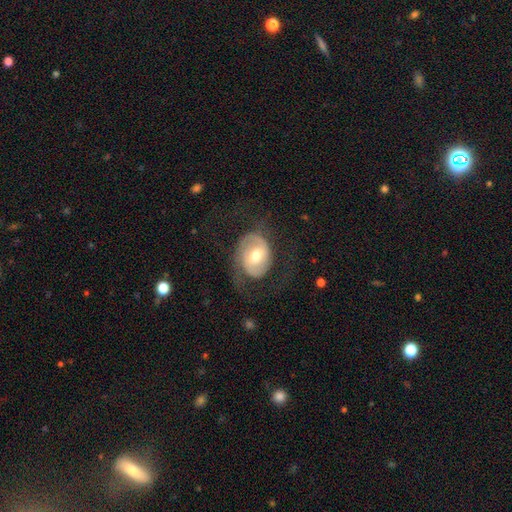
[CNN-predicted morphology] Smooth or featured? Predicted: featured or disk (p=0.66). Edge-on disk? Predicted: no (p=0.96). Bar? Predicted: no (p=0.44). Spiral arms? Predicted: yes (p=0.80). Spiral winding? Predicted: medium (p=0.40). Spiral arm count? Predicted: 2 (p=0.71). Bulge size? Predicted: moderate (p=0.73). Merging? Predicted: none (p=0.56).